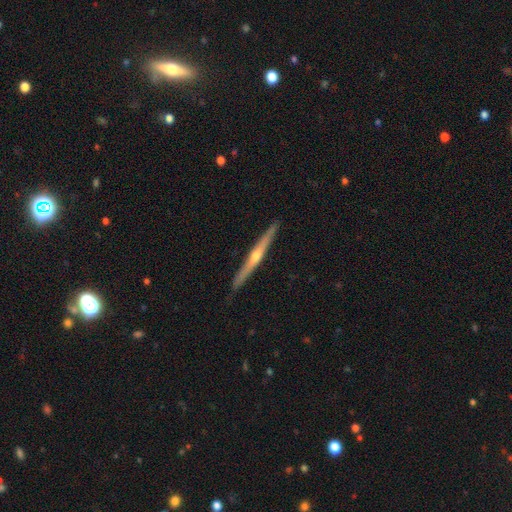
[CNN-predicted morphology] Smooth or featured: featured or disk — 78% (smooth — 16%)
Edge-on disk: yes — 98% (no — 2%)
Edge-on bulge: rounded — 85% (none — 11%)
Merging: none — 92% (minor disturbance — 5%)